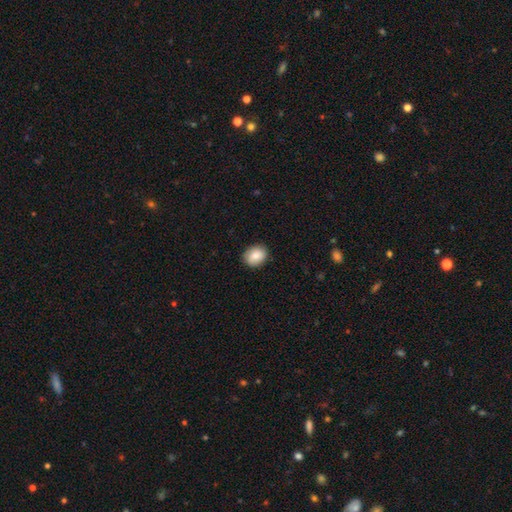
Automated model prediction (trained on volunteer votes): This appears to be a smooth galaxy with no disk features (83%) that is in between round and cigar-shaped (51%). Merging: none (87%).